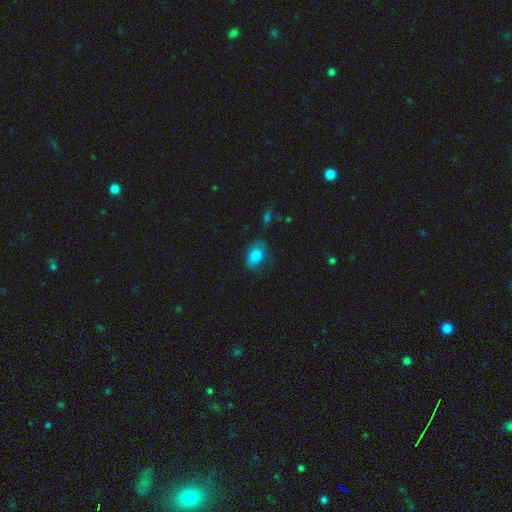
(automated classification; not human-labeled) This appears to be a smooth galaxy with no disk features (80%) that is in between round and cigar-shaped (75%). Merging: none (58%).